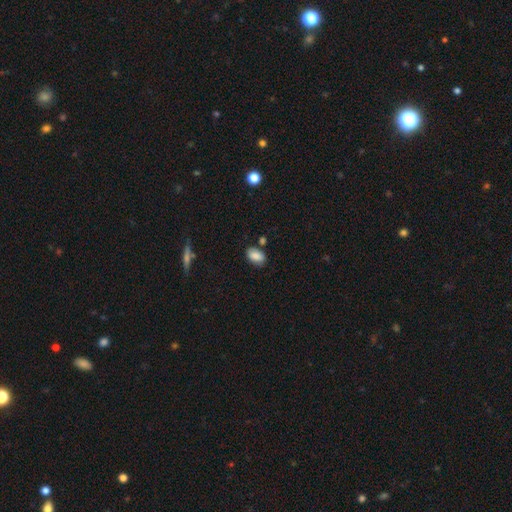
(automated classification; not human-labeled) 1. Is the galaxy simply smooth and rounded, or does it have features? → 85% smooth, 8% star or artifact, 7% featured or disk.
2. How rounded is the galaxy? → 89% in between, 9% round, 2% cigar-shaped.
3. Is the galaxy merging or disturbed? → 76% none, 15% minor disturbance, 6% merger, 3% major disturbance.